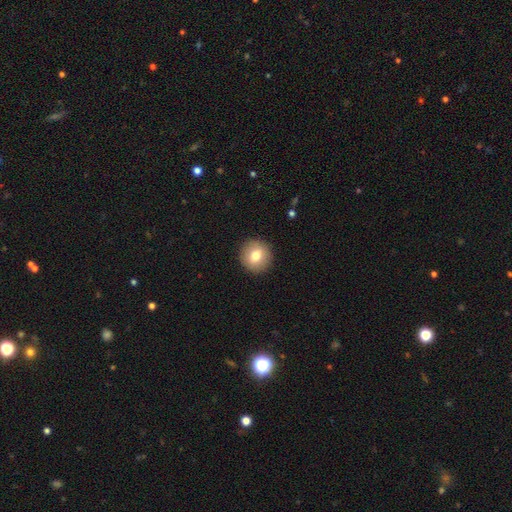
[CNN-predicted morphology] The model was most divided on "smooth or featured": smooth: 77%, featured or disk: 14%, star or artifact: 8%. More confident: how rounded — round (94%); merging — none (92%).